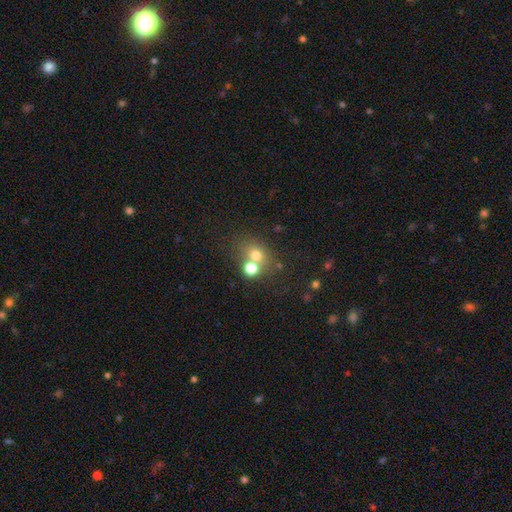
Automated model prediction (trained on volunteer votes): Smooth or featured: smooth — 69% (star or artifact — 17%)
How rounded: round — 70% (in between — 29%)
Merging: none — 47% (merger — 40%)